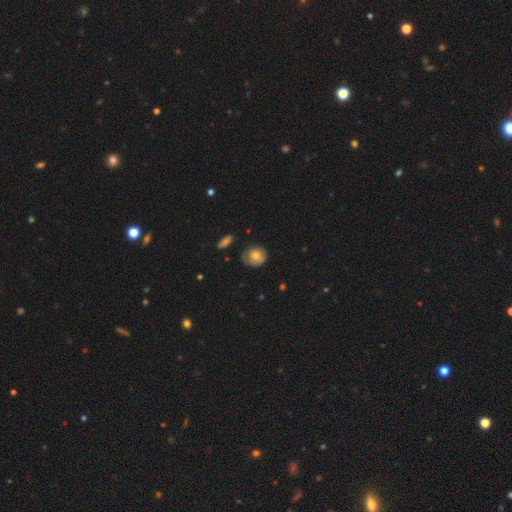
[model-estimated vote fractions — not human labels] A smooth galaxy with no disk features (67%) that is round (81%). Merging: none (67%).